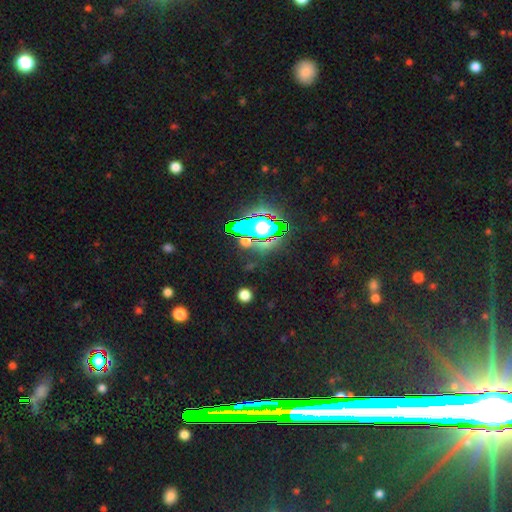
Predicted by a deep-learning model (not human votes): Overall: star or artifact (81%).